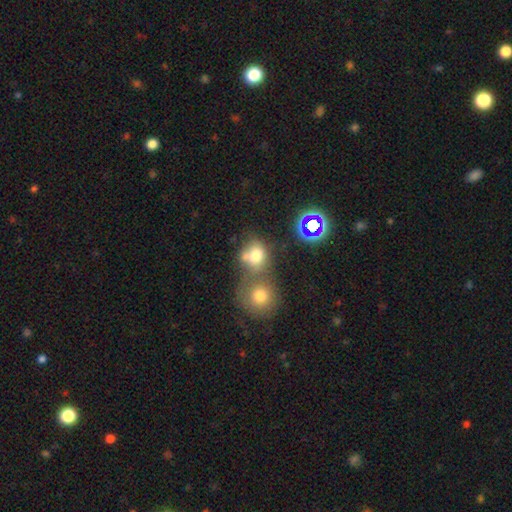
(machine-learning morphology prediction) Q: Smooth or featured?
A: smooth (71%); runner-up: star or artifact (17%)
Q: How rounded?
A: round (67%); runner-up: in between (31%)
Q: Merging?
A: merger (51%); runner-up: none (33%)